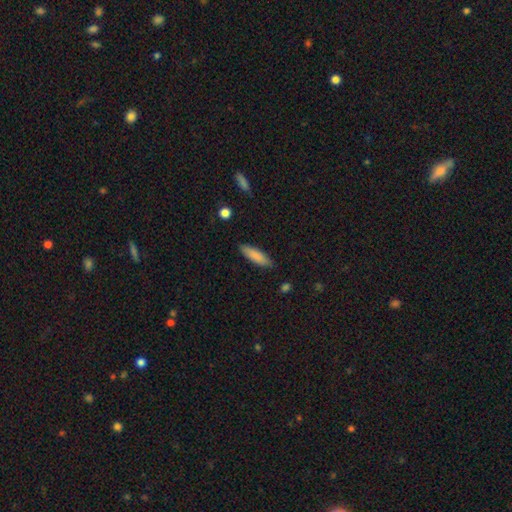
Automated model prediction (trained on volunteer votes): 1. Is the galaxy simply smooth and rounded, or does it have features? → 84% smooth, 10% featured or disk, 6% star or artifact.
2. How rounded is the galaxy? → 60% cigar-shaped, 39% in between, 1% round.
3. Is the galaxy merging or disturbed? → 86% none, 11% minor disturbance, 2% major disturbance, 1% merger.